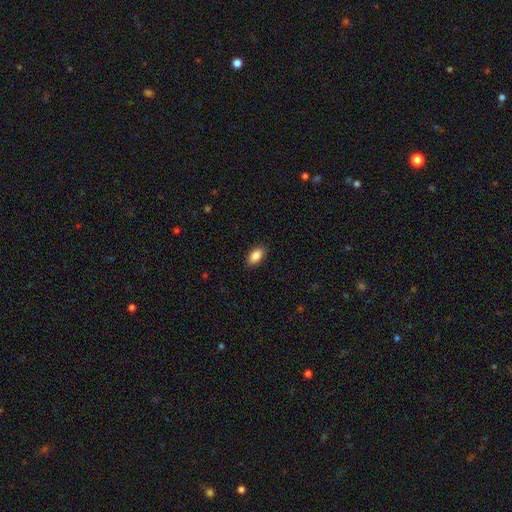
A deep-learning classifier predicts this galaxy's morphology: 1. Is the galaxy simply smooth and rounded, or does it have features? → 88% smooth, 7% star or artifact, 5% featured or disk.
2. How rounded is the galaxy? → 93% in between, 4% cigar-shaped, 4% round.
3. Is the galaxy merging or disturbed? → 89% none, 8% minor disturbance, 2% major disturbance, 1% merger.